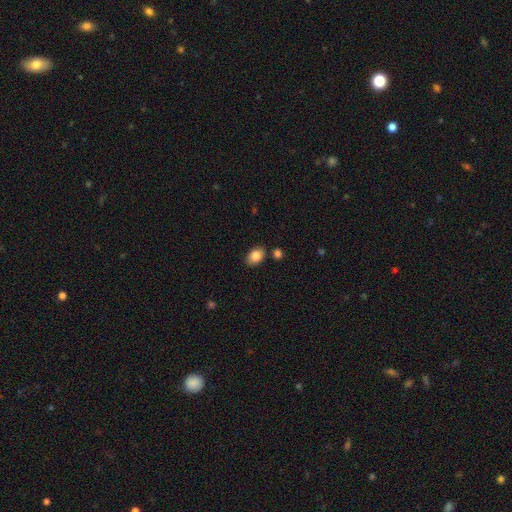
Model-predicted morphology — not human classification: Smooth or featured? Predicted: smooth (p=0.87). How rounded? Predicted: in between (p=0.77). Merging? Predicted: none (p=0.79).